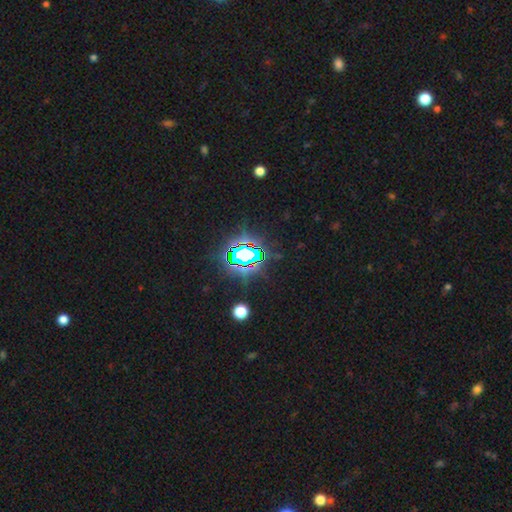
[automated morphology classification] Q: Smooth or featured?
A: star or artifact (83%); runner-up: smooth (11%)